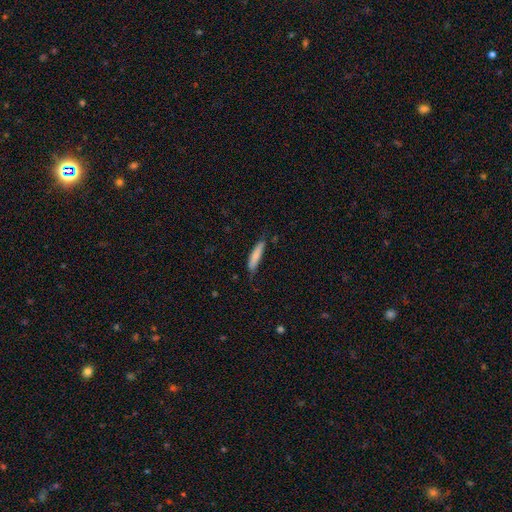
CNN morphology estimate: smooth 80%, featured or disk 15%, star or artifact 6%. Down the decision tree: how rounded — cigar-shaped (82%); merging — none (70%).